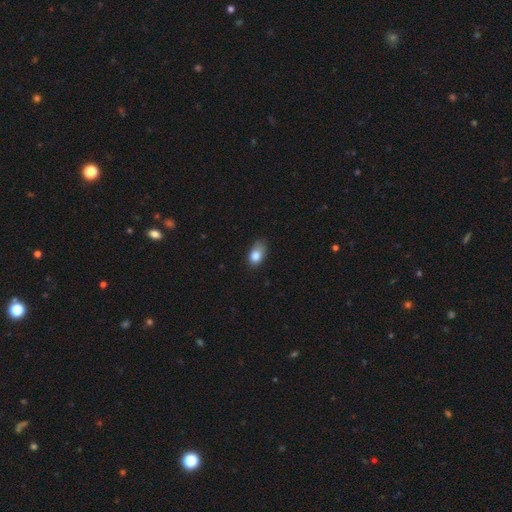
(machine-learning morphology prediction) type=smooth (82%); roundness=in between (79%); merging=none (49%).